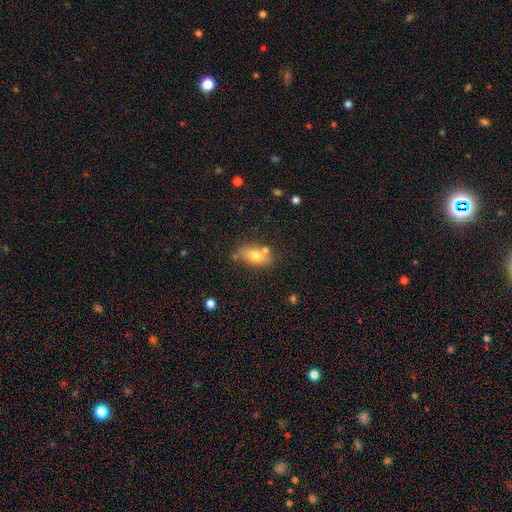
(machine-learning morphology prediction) Smooth or featured: smooth — 71% (featured or disk — 20%)
How rounded: in between — 84% (round — 9%)
Merging: none — 62% (minor disturbance — 17%)